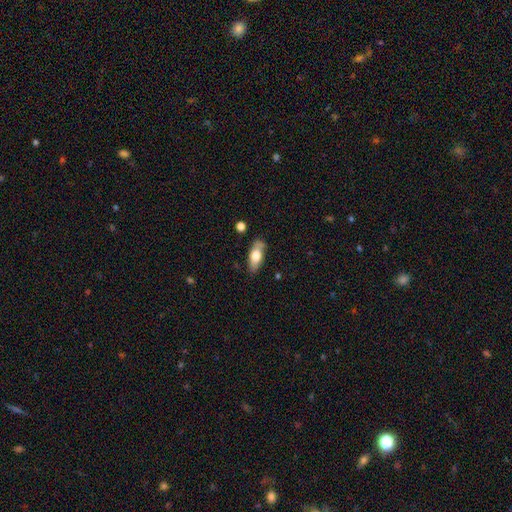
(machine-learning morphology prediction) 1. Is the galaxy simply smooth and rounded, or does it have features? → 68% smooth, 26% featured or disk, 6% star or artifact.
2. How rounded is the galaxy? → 81% in between, 16% cigar-shaped, 3% round.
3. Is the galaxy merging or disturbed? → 73% none, 19% minor disturbance, 4% major disturbance, 3% merger.